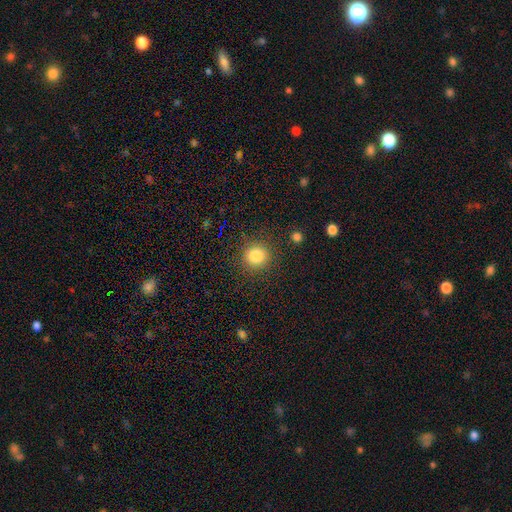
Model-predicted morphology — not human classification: smooth 83%, star or artifact 12%, featured or disk 5%. Down the decision tree: how rounded — round (92%); merging — none (88%).